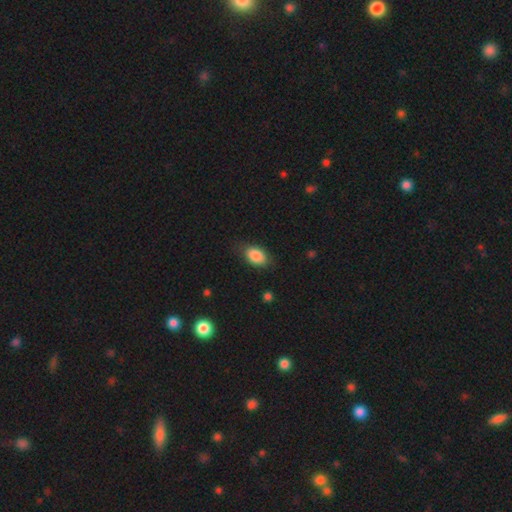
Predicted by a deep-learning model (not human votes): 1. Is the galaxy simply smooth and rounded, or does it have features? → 86% smooth, 7% star or artifact, 7% featured or disk.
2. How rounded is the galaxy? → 88% in between, 10% round, 2% cigar-shaped.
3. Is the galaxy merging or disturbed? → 77% none, 18% minor disturbance, 4% major disturbance, 1% merger.